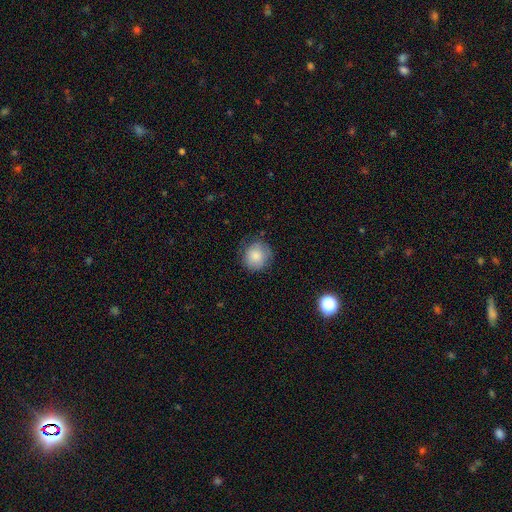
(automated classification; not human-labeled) Smooth or featured? smooth (83%)
How rounded? round (89%)
Merging? none (77%)